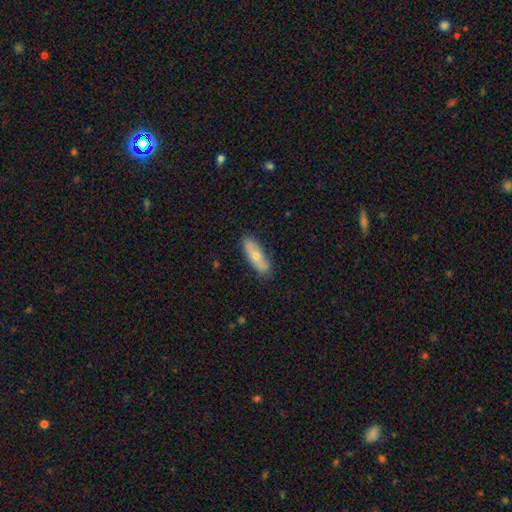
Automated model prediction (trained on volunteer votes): A smooth galaxy with no disk features (56%) that is cigar-shaped (49%).

Vote fractions:
- Smooth or featured? smooth: 56% / featured or disk: 37% / star or artifact: 7%
- How rounded? cigar-shaped: 49% / in between: 48% / round: 3%
- Merging? none: 85% / minor disturbance: 12% / major disturbance: 2% / merger: 1%